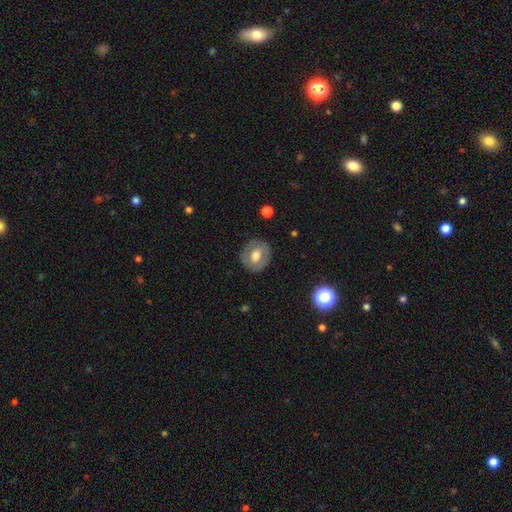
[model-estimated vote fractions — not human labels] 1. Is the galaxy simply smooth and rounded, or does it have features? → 52% smooth, 41% featured or disk, 7% star or artifact.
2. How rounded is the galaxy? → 72% round, 27% in between, 1% cigar-shaped.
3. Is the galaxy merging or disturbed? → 84% none, 11% minor disturbance, 4% major disturbance, 1% merger.